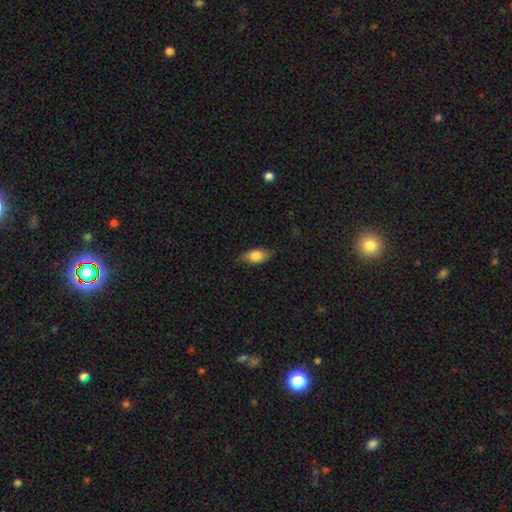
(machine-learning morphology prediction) smooth 79%, featured or disk 14%, star or artifact 7%. Down the decision tree: how rounded — in between (87%); merging — none (77%).